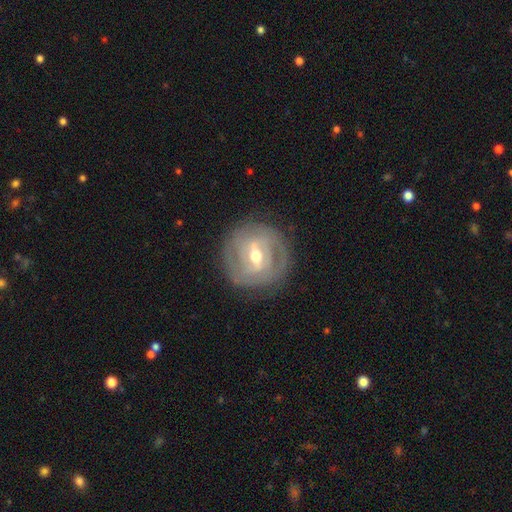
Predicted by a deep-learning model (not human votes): Smooth or featured? featured or disk (79%)
Edge-on disk? no (94%)
Bar? weak (45%)
Spiral arms? yes (80%)
Spiral winding? tight (67%)
Spiral arm count? 2 (38%)
Bulge size? moderate (68%)
Merging? none (81%)